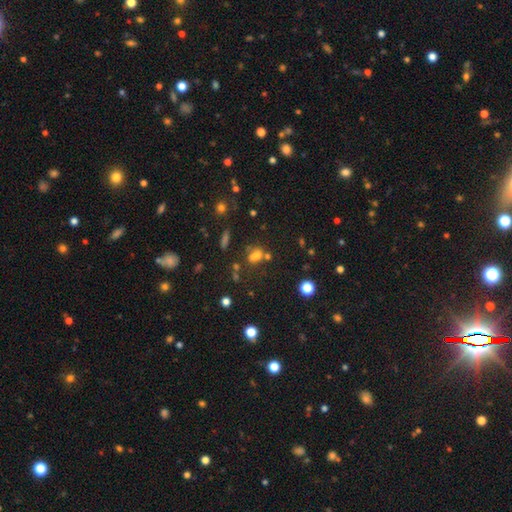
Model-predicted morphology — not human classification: Smooth or featured? smooth (58%)
How rounded? in between (53%)
Merging? none (43%)